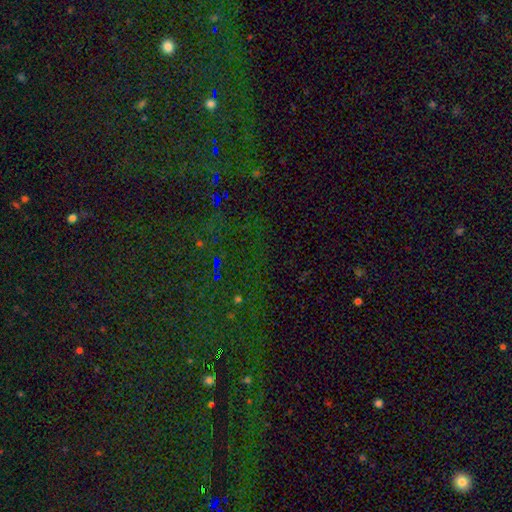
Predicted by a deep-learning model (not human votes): This appears to be a star or artifact, not a galaxy (82%).